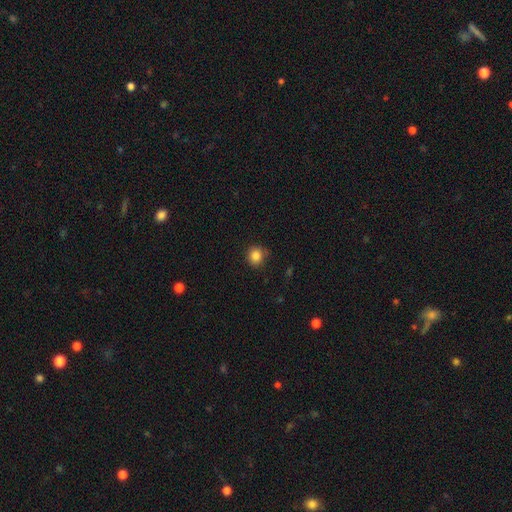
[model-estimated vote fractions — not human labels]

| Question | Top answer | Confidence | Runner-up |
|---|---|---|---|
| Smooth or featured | smooth | 85% | star or artifact (11%) |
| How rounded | round | 87% | in between (12%) |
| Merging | none | 83% | minor disturbance (13%) |